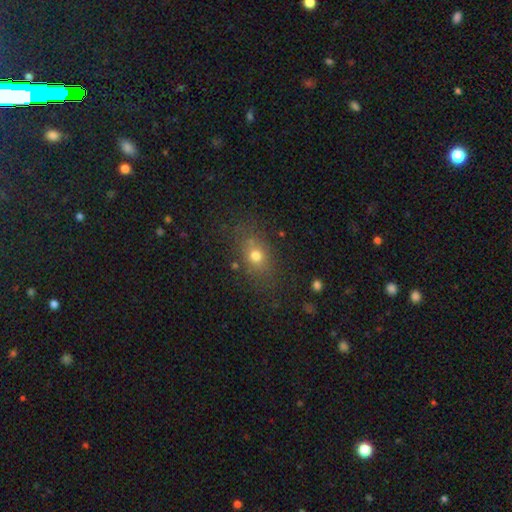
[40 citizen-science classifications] A smooth galaxy with no disk features (70%) that is round (50%, tied with in between). Merging: none (75%).